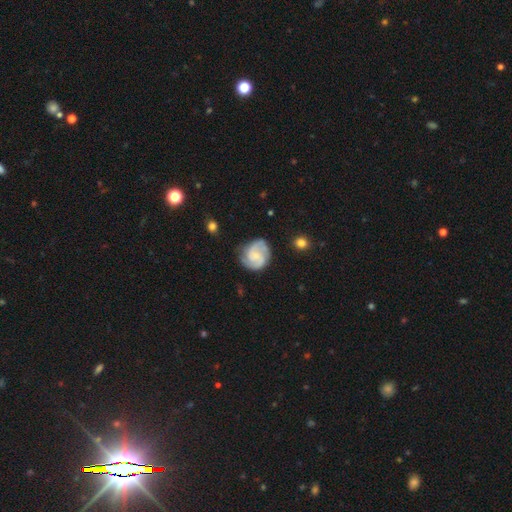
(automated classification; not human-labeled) Smooth or featured? featured or disk (79%)
Edge-on disk? no (98%)
Bar? no (57%)
Spiral arms? yes (97%)
Spiral winding? medium (46%)
Spiral arm count? 2 (64%)
Bulge size? small (59%)
Merging? none (74%)